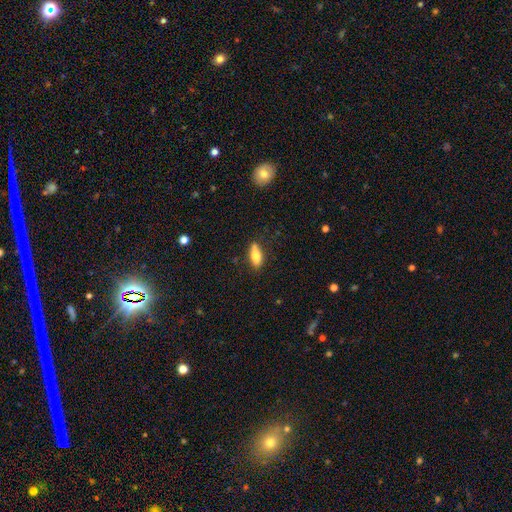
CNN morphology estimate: Smooth or featured?
  - smooth: 80% *
  - featured or disk: 13%
  - star or artifact: 7%
How rounded?
  - in between: 81% *
  - cigar-shaped: 16%
  - round: 3%
Merging?
  - none: 72% *
  - minor disturbance: 19%
  - merger: 5%
  - major disturbance: 4%